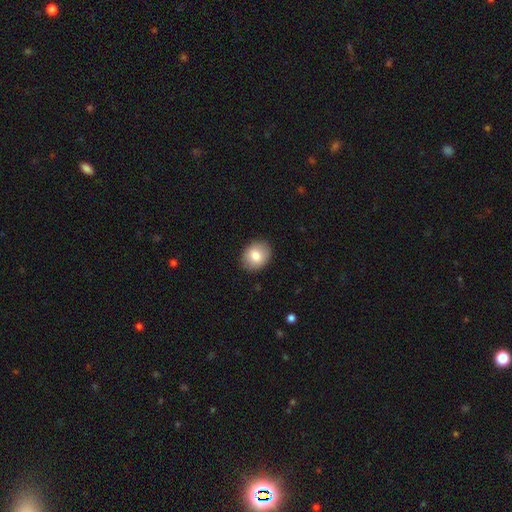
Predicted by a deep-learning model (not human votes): Q: Smooth or featured?
A: smooth (81%); runner-up: featured or disk (11%)
Q: How rounded?
A: round (50%); runner-up: in between (49%)
Q: Merging?
A: none (89%); runner-up: minor disturbance (8%)